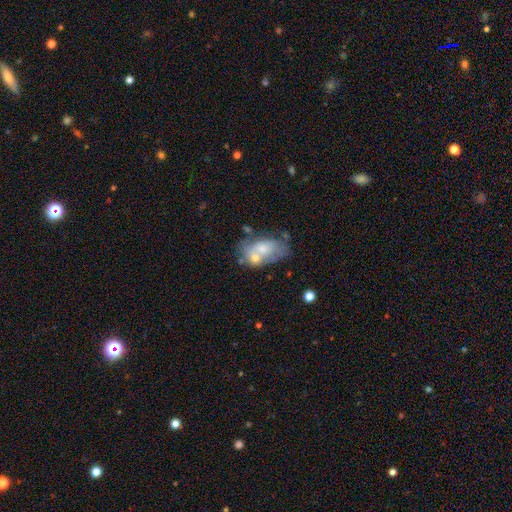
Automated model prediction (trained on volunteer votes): A smooth galaxy with no disk features (51%) that is in between round and cigar-shaped (89%). Merging: merger (36%).